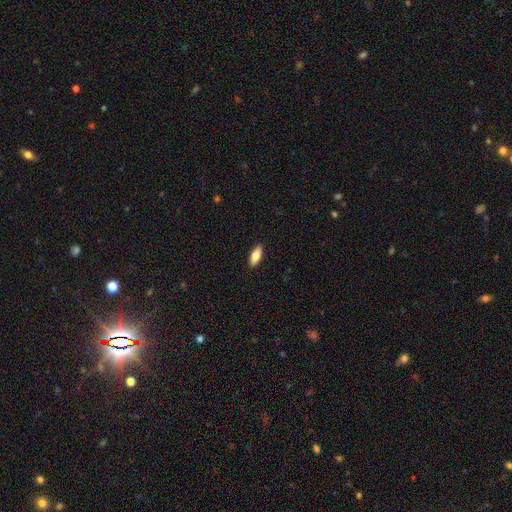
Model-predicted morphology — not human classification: A smooth galaxy with no disk features (79%) that is in between round and cigar-shaped (77%). Merging: none (90%).